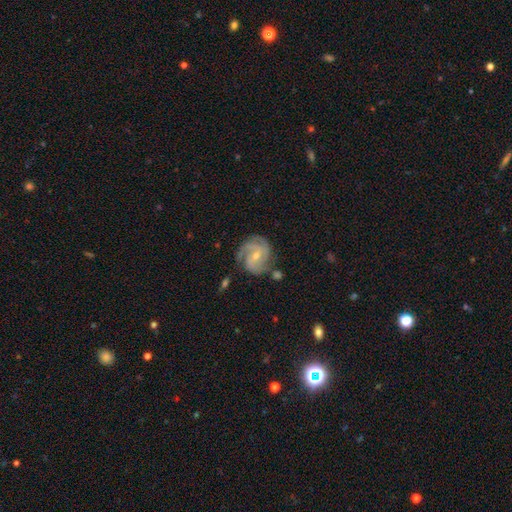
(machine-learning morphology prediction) Q: Smooth or featured?
A: featured or disk (85%); runner-up: smooth (10%)
Q: Edge-on disk?
A: no (98%); runner-up: yes (2%)
Q: Bar?
A: weak (45%); runner-up: no (43%)
Q: Spiral arms?
A: yes (96%); runner-up: no (4%)
Q: Spiral winding?
A: tight (49%); runner-up: medium (41%)
Q: Spiral arm count?
A: 3 (43%); runner-up: 2 (24%)
Q: Bulge size?
A: small (58%); runner-up: moderate (39%)
Q: Merging?
A: none (66%); runner-up: minor disturbance (21%)